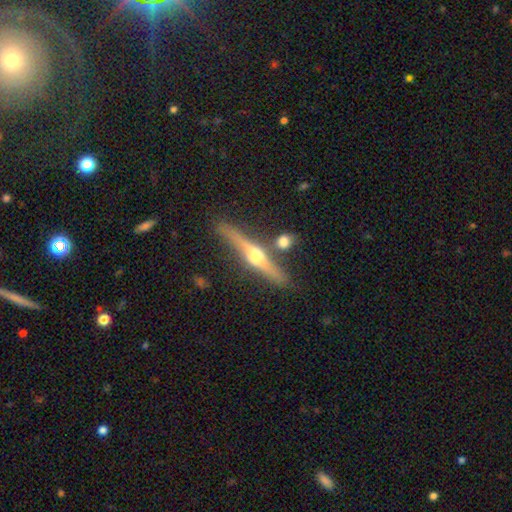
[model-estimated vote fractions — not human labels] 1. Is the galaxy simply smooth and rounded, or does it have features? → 77% featured or disk, 17% smooth, 6% star or artifact.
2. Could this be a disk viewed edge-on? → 96% yes, 4% no.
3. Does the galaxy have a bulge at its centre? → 95% rounded, 3% none, 2% boxy.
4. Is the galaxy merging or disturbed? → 75% none, 12% minor disturbance, 9% merger, 3% major disturbance.